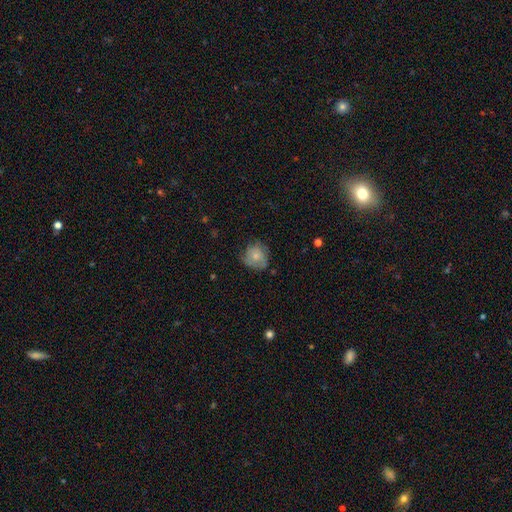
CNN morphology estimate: This is likely a smooth galaxy (73%). How rounded: clearly round (80%). Merging: likely none (63%).